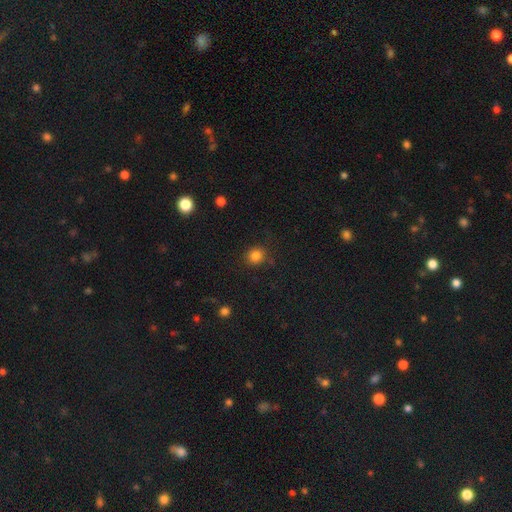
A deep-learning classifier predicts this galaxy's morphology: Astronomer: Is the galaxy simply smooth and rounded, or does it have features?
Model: smooth — 83%.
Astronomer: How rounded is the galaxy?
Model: round — 89%.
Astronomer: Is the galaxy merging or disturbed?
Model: none — 85%.